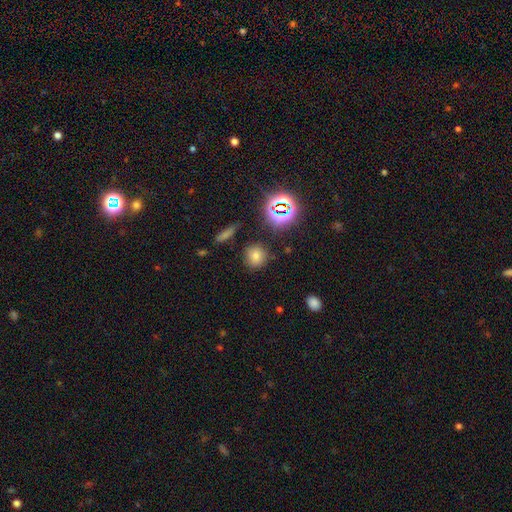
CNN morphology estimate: This appears to be a smooth galaxy with no disk features (66%) that is round (86%). Merging: none (85%).